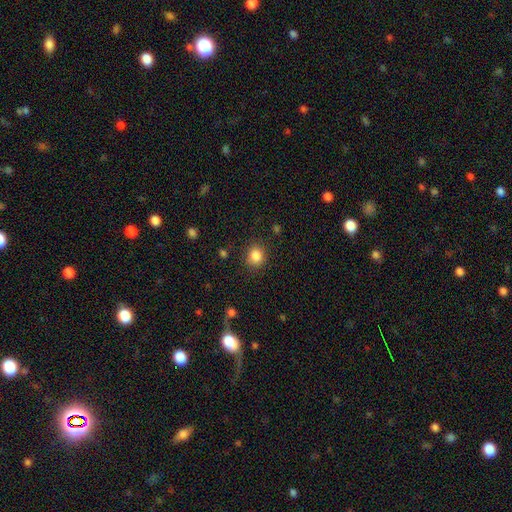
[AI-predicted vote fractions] smooth-or-featured: smooth: 85% | star or artifact: 11% | featured or disk: 5%
  how-rounded: round: 75% | in between: 24% | cigar-shaped: 1%
  merging: none: 83% | minor disturbance: 12% | major disturbance: 4% | merger: 2%